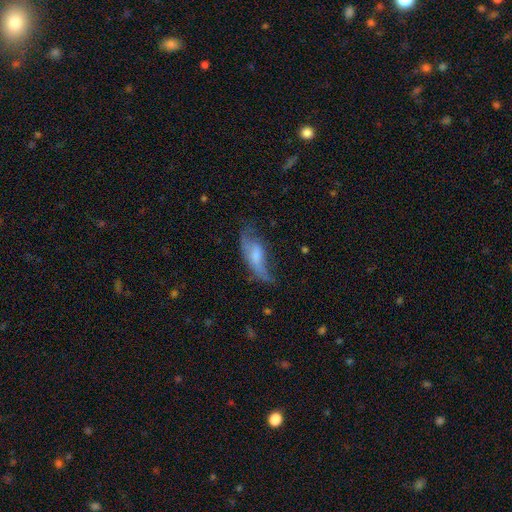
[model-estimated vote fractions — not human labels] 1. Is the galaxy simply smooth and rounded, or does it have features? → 47% smooth, 45% featured or disk, 8% star or artifact.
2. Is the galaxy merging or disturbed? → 35% none, 31% minor disturbance, 30% major disturbance, 3% merger.